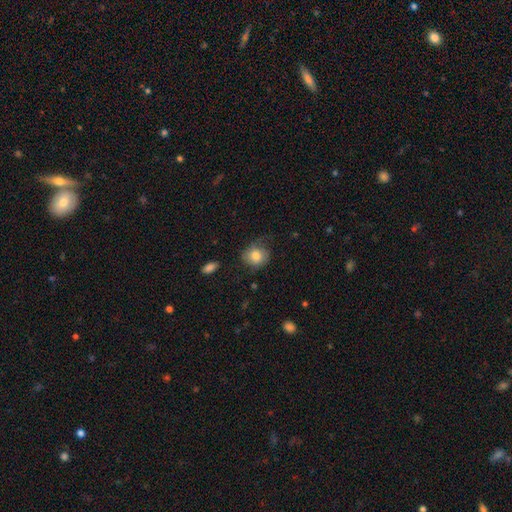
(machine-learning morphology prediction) This appears to be a smooth galaxy with no disk features (77%) that is round (70%). Merging: none (55%).